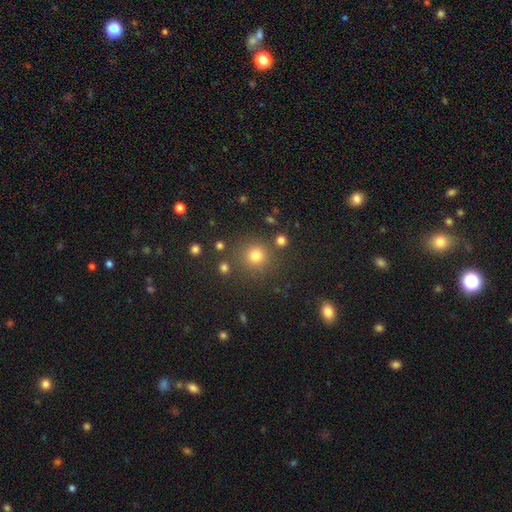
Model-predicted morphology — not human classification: This appears to be a smooth galaxy with no disk features (77%) that is round (93%). Merging: none (82%).